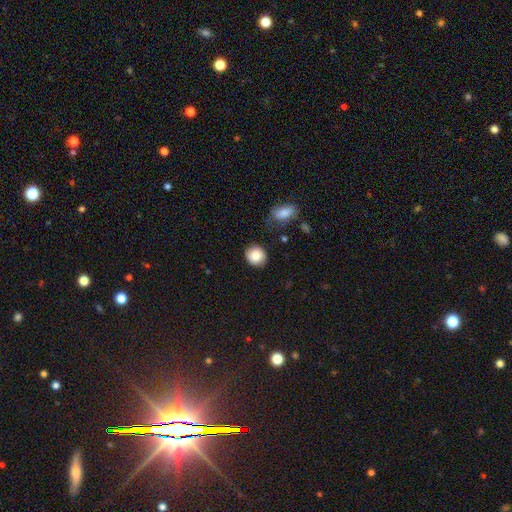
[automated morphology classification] Smooth or featured: smooth — 85% (star or artifact — 8%)
How rounded: round — 83% (in between — 16%)
Merging: none — 83% (minor disturbance — 11%)